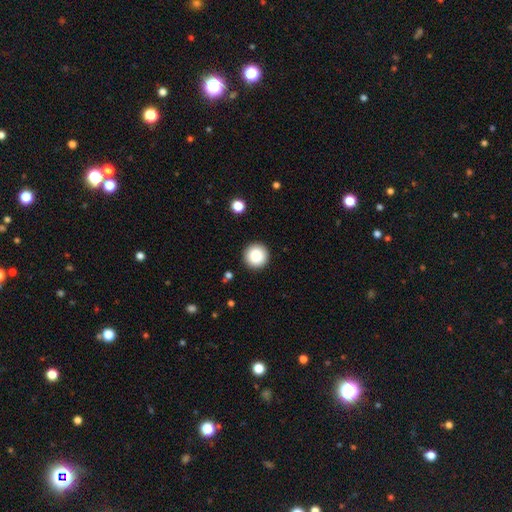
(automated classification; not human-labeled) Smooth or featured: smooth — 85% (star or artifact — 9%)
How rounded: round — 96% (in between — 3%)
Merging: none — 92% (minor disturbance — 5%)